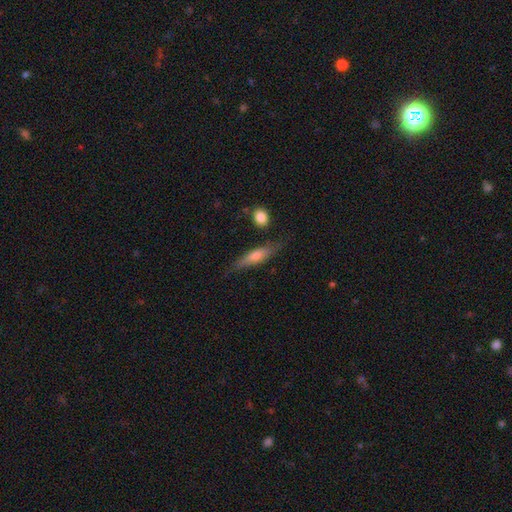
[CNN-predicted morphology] A featured or disk galaxy (53%) viewed edge-on (89%).

Vote fractions:
- Smooth or featured? featured or disk: 53% / smooth: 39% / star or artifact: 8%
- Edge-on disk? yes: 89% / no: 11%
- Merging? none: 77% / minor disturbance: 15% / major disturbance: 4% / merger: 4%